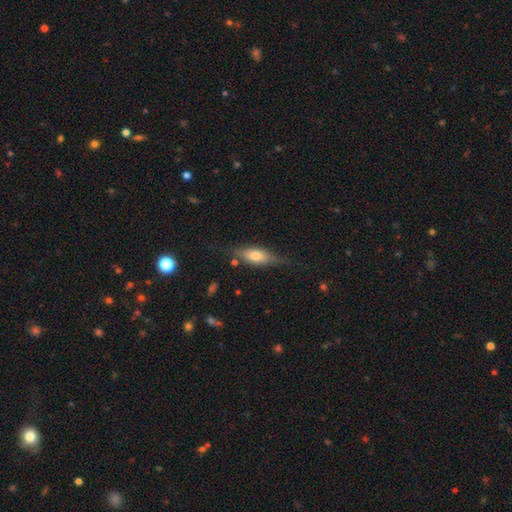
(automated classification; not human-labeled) Smooth or featured? smooth (55%)
How rounded? in between (63%)
Merging? none (68%)